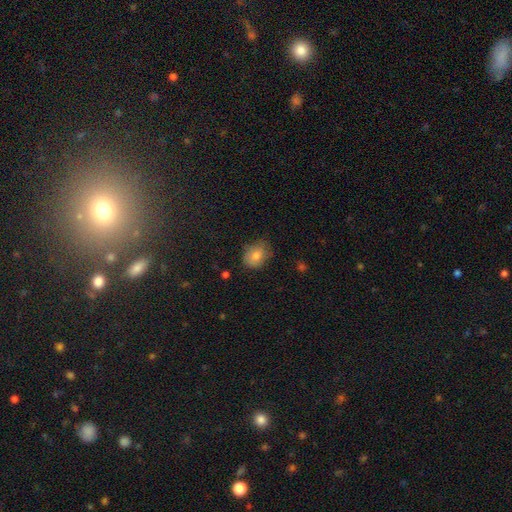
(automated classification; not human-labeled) The model was most divided on "how rounded": round: 52%, in between: 47%, cigar-shaped: 1%. More confident: smooth or featured — smooth (79%); merging — none (71%).